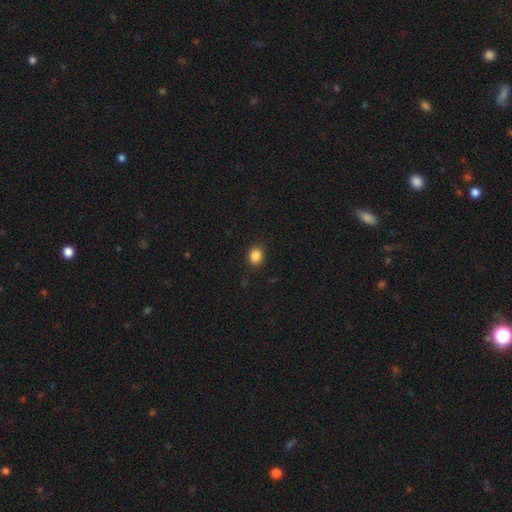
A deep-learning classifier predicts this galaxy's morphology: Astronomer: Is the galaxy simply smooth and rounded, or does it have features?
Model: smooth — 87%.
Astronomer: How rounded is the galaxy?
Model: round — 62% (runner-up: in between, 37%).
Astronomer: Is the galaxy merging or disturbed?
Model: none — 89%.